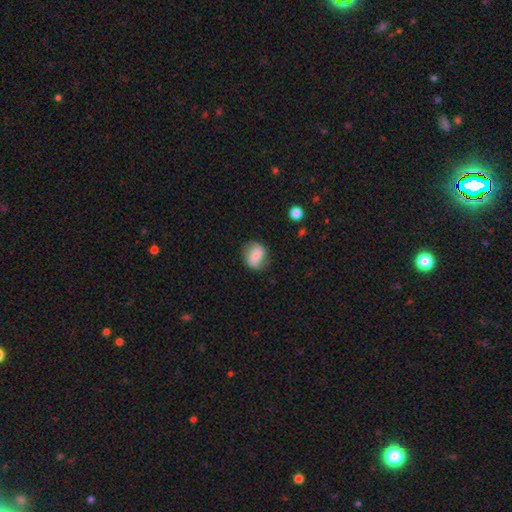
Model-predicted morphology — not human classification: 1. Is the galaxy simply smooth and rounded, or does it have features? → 56% smooth, 35% featured or disk, 8% star or artifact.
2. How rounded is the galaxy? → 61% round, 38% in between, 1% cigar-shaped.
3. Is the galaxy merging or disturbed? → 67% none, 23% minor disturbance, 8% major disturbance, 2% merger.